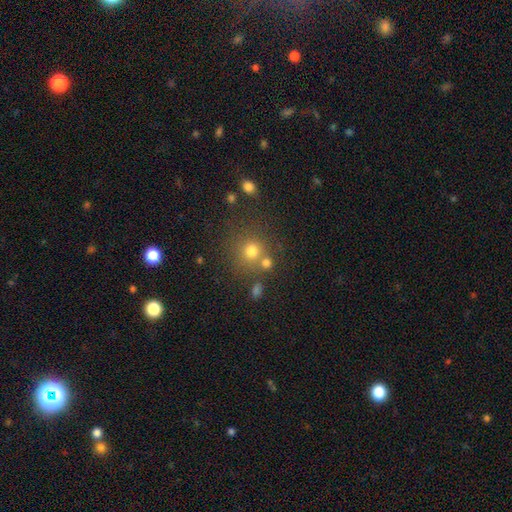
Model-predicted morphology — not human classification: A smooth galaxy with no disk features (62%) that is round (91%).

Vote fractions:
- Smooth or featured? smooth: 62% / star or artifact: 28% / featured or disk: 10%
- How rounded? round: 91% / in between: 8% / cigar-shaped: 1%
- Merging? none: 72% / merger: 17% / minor disturbance: 8% / major disturbance: 4%